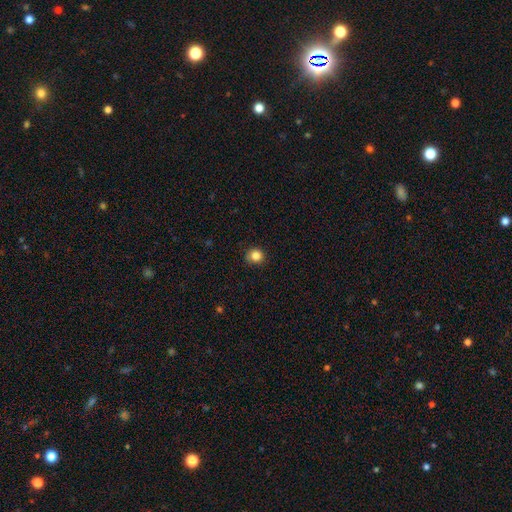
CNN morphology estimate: smooth-or-featured: smooth: 84% | star or artifact: 11% | featured or disk: 5%
  how-rounded: round: 88% | in between: 11% | cigar-shaped: 1%
  merging: none: 86% | minor disturbance: 11% | major disturbance: 2% | merger: 1%